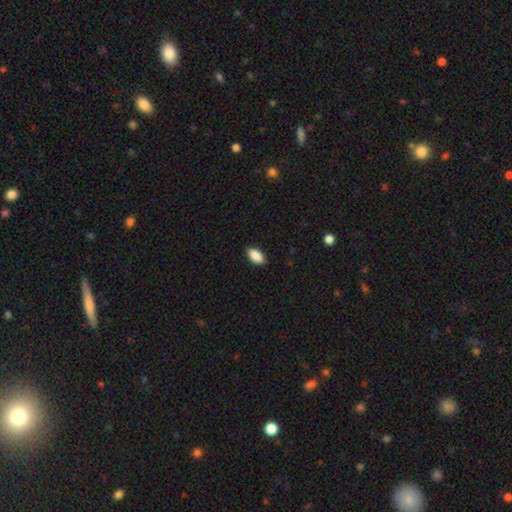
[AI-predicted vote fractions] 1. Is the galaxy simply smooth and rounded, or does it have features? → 89% smooth, 7% star or artifact, 4% featured or disk.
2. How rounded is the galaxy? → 92% in between, 6% cigar-shaped, 3% round.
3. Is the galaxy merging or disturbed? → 87% none, 10% minor disturbance, 2% major disturbance, 1% merger.